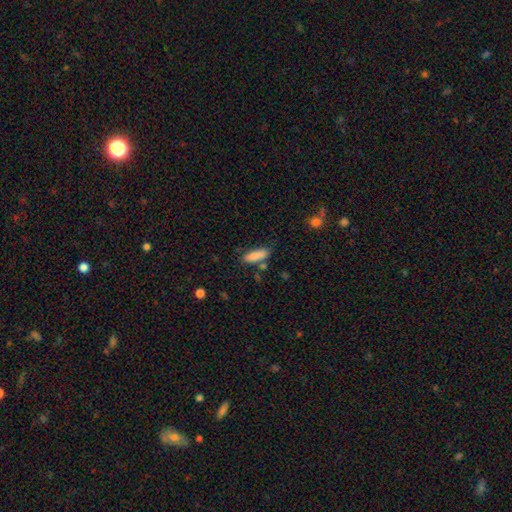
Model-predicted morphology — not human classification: Smooth or featured? Predicted: smooth (p=0.87). How rounded? Predicted: cigar-shaped (p=0.50). Merging? Predicted: none (p=0.77).